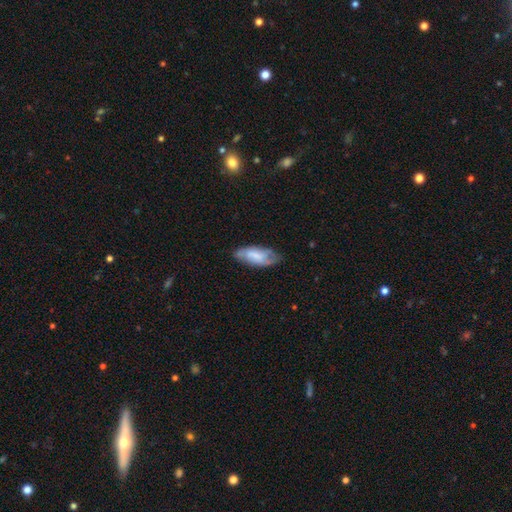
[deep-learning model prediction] This appears to be a smooth galaxy with no disk features (60%) that is in between round and cigar-shaped (85%). Merging: none (59%).